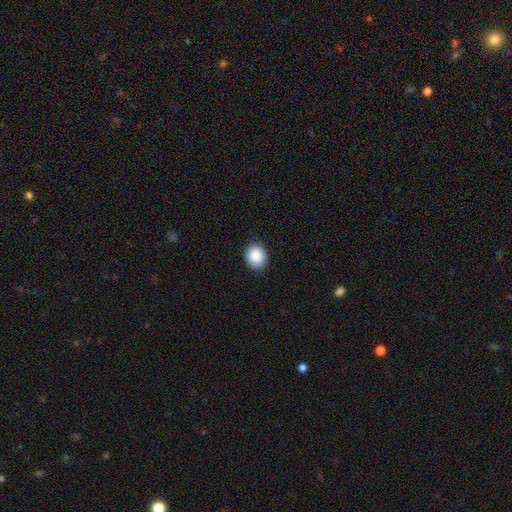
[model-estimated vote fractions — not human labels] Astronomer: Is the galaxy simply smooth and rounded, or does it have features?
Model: smooth — 88%.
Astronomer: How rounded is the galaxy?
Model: round — 71%.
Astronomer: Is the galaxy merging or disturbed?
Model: none — 90%.